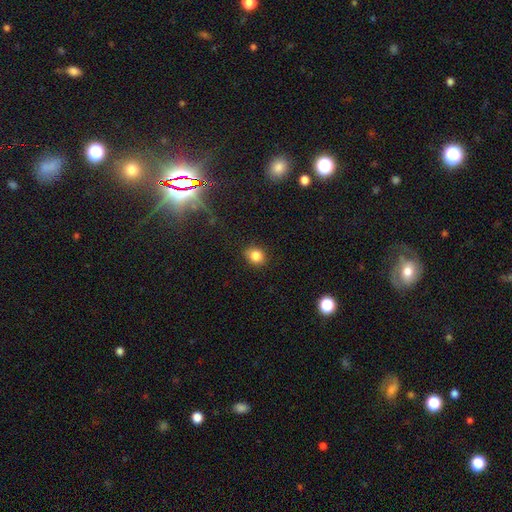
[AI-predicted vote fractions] Smooth or featured? Predicted: smooth (p=0.84). How rounded? Predicted: round (p=0.62). Merging? Predicted: none (p=0.83).